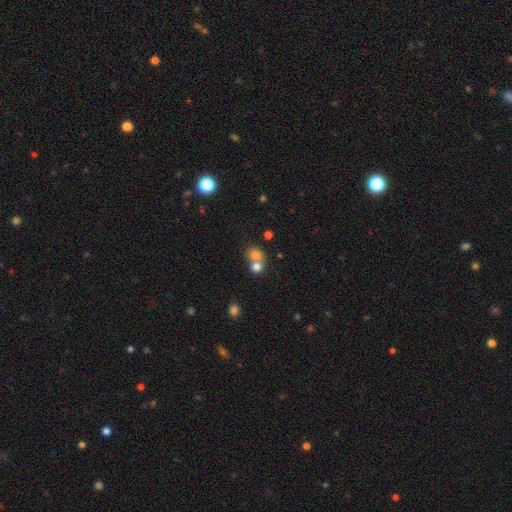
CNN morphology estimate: Overall: smooth (75%). How rounded: round (72%). Merging: merger (57%; none 34%).